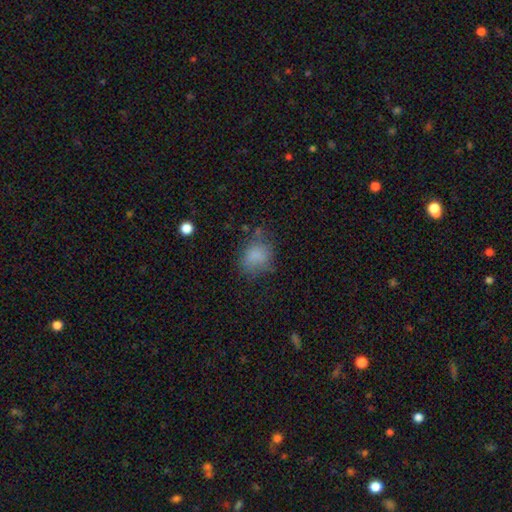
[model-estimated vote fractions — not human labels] Morphology: type=smooth (78%); roundness=round (52%); merging=none (58%).